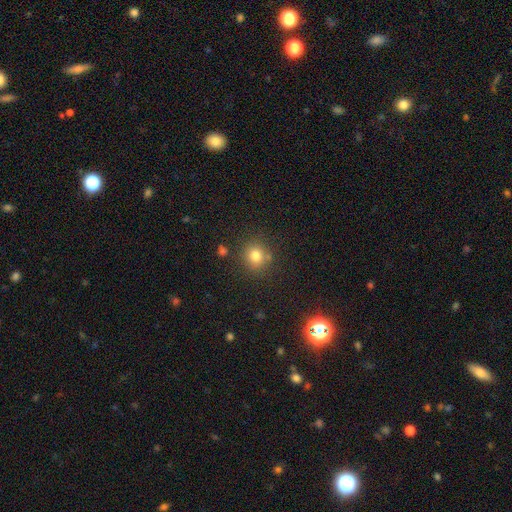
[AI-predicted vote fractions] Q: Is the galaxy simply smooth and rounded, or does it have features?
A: smooth — 78%.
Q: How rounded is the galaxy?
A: round — 88%.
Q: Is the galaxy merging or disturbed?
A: none — 78%.